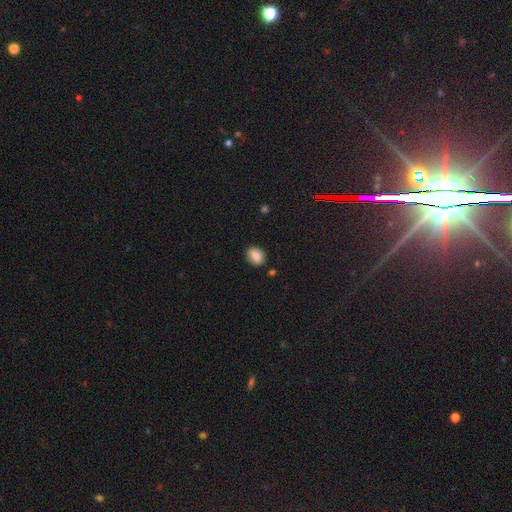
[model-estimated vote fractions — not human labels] A smooth galaxy with no disk features (81%) that is in between round and cigar-shaped (62%). Merging: none (87%).